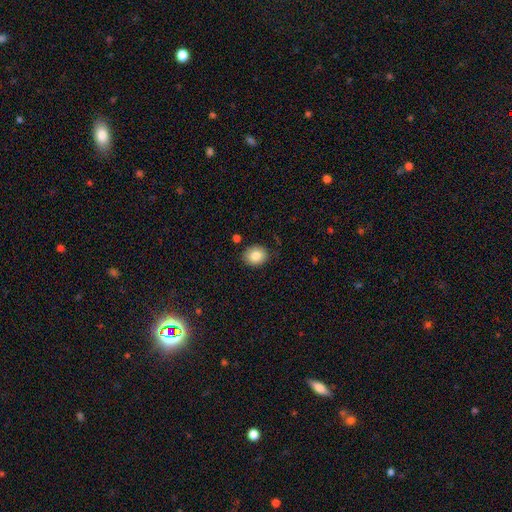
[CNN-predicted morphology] Overall: smooth (85%). How rounded: round (58%; in between 41%). Merging: none (85%).